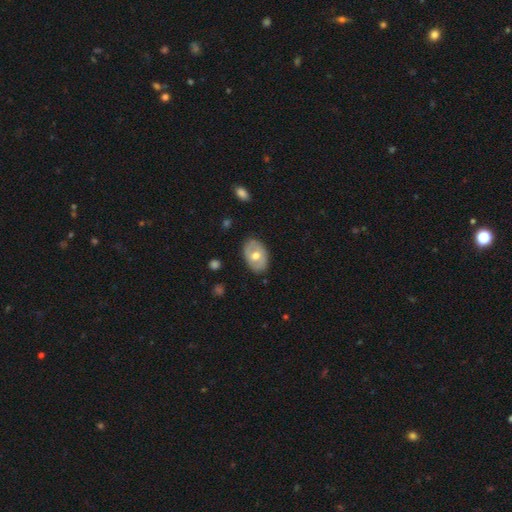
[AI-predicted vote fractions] Smooth or featured?
  - smooth: 53% *
  - featured or disk: 41%
  - star or artifact: 6%
How rounded?
  - in between: 84% *
  - round: 15%
  - cigar-shaped: 1%
Merging?
  - none: 82% *
  - minor disturbance: 14%
  - major disturbance: 3%
  - merger: 1%